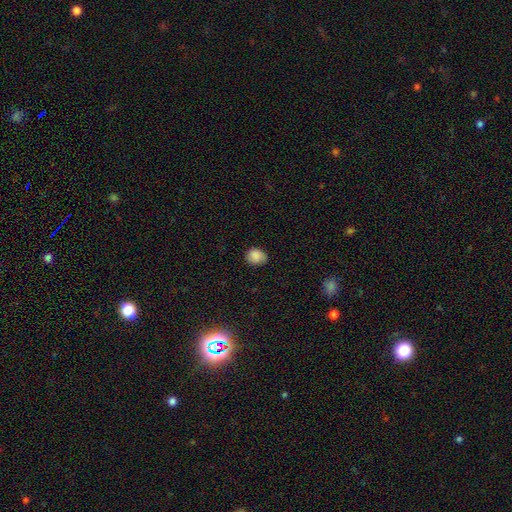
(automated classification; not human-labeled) smooth_or_featured: smooth (p=0.86) [alt: star or artifact p=0.09]
how_rounded: round (p=0.58) [alt: in between p=0.41]
merging: none (p=0.77) [alt: minor disturbance p=0.19]